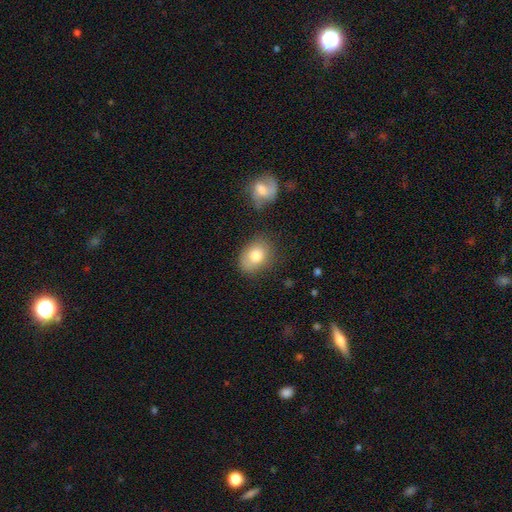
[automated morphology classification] Smooth or featured?
  - smooth: 79% *
  - featured or disk: 12%
  - star or artifact: 8%
How rounded?
  - in between: 60% *
  - round: 39%
  - cigar-shaped: 1%
Merging?
  - none: 70% *
  - minor disturbance: 20%
  - major disturbance: 6%
  - merger: 5%